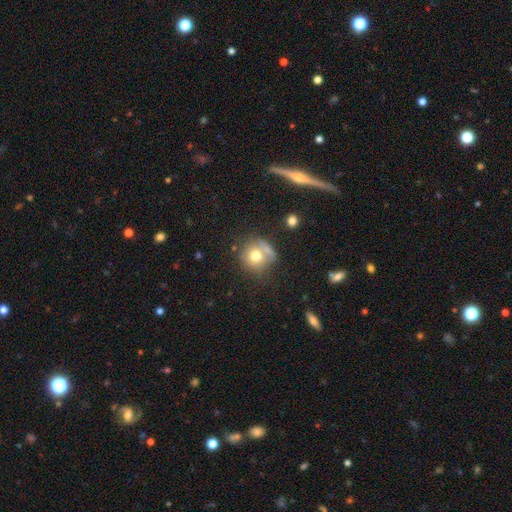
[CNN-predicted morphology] Smooth or featured: smooth — 72% (featured or disk — 17%)
How rounded: round — 88% (in between — 10%)
Merging: none — 54% (merger — 19%)